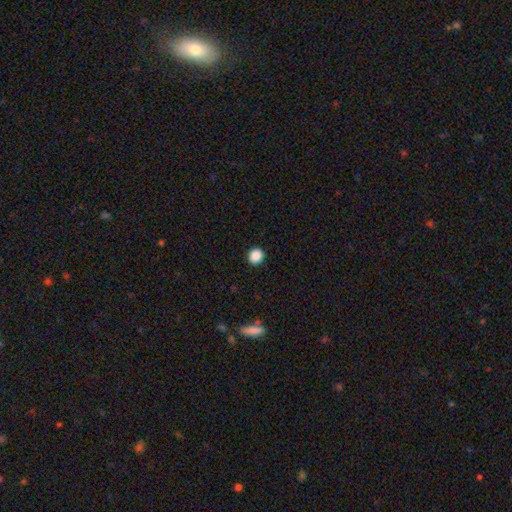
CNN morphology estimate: type=smooth (88%); roundness=round (88%); merging=none (91%).